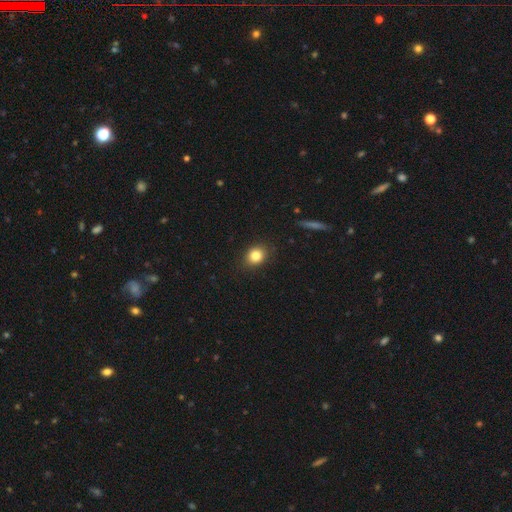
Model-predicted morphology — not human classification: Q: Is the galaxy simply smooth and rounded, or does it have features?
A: smooth — 83%.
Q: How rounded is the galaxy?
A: round — 60%.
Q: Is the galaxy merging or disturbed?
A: none — 85%.